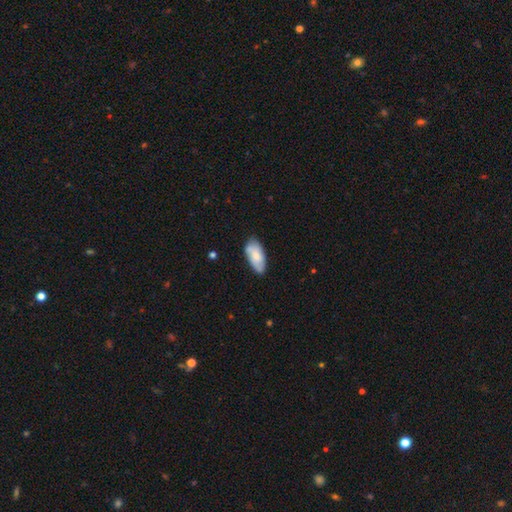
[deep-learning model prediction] smooth-or-featured: smooth: 69% | featured or disk: 25% | star or artifact: 6%
  how-rounded: in between: 91% | cigar-shaped: 7% | round: 2%
  merging: none: 71% | minor disturbance: 23% | major disturbance: 4% | merger: 3%